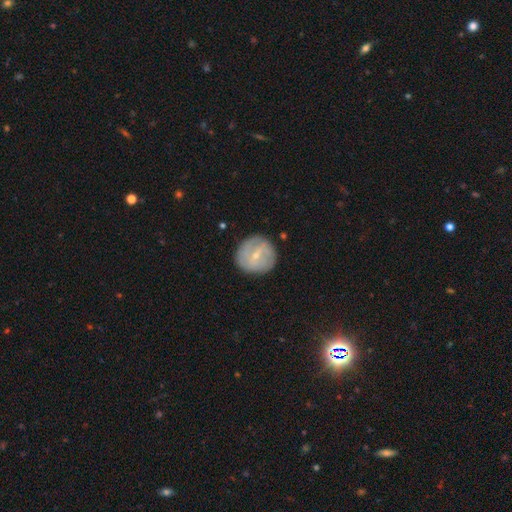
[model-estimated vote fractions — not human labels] Smooth or featured: featured or disk — 52% (smooth — 41%)
Edge-on disk: no — 96% (yes — 4%)
Bar: weak — 49% (no — 33%)
Spiral arms: yes — 52% (no — 48%)
Bulge size: small — 74% (moderate — 22%)
Merging: none — 83% (minor disturbance — 12%)